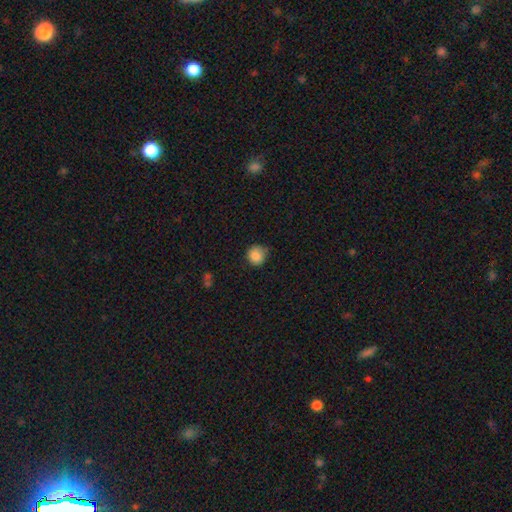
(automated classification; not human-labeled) Smooth or featured?
  - smooth: 86% *
  - star or artifact: 9%
  - featured or disk: 5%
How rounded?
  - round: 85% *
  - in between: 14%
  - cigar-shaped: 1%
Merging?
  - none: 66% *
  - minor disturbance: 27%
  - major disturbance: 5%
  - merger: 2%